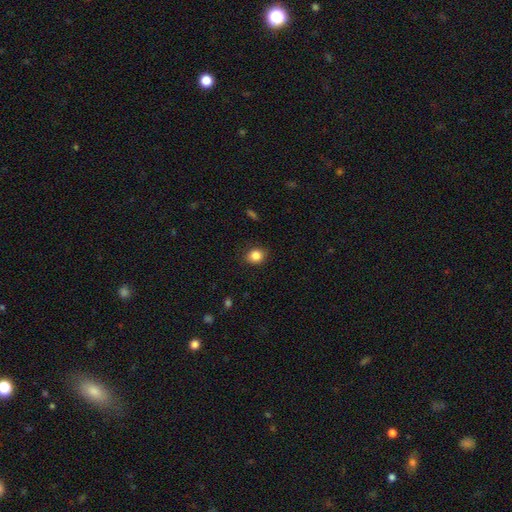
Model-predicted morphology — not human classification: smooth_or_featured: smooth (p=0.85) [alt: star or artifact p=0.10]
how_rounded: round (p=0.69) [alt: in between p=0.30]
merging: none (p=0.87) [alt: minor disturbance p=0.10]